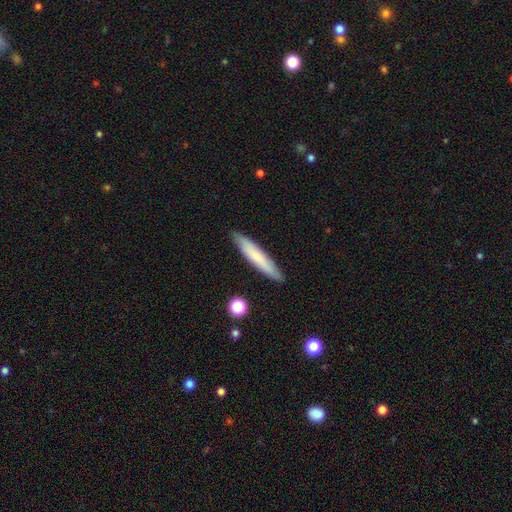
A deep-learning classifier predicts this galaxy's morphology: A smooth galaxy with no disk features (70%) that is cigar-shaped (91%). Merging: none (89%).